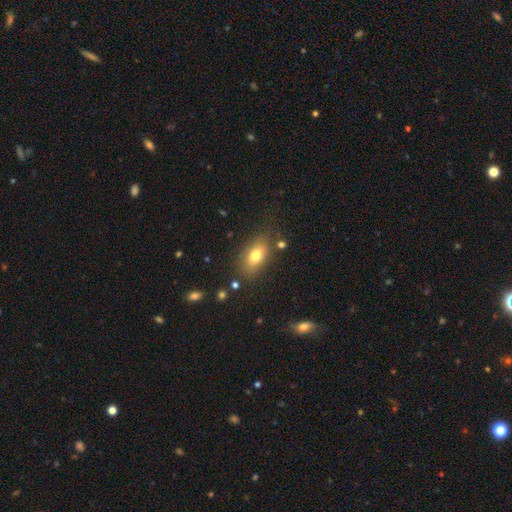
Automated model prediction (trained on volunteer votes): Smooth or featured? Predicted: smooth (p=0.74). How rounded? Predicted: in between (p=0.85). Merging? Predicted: none (p=0.77).